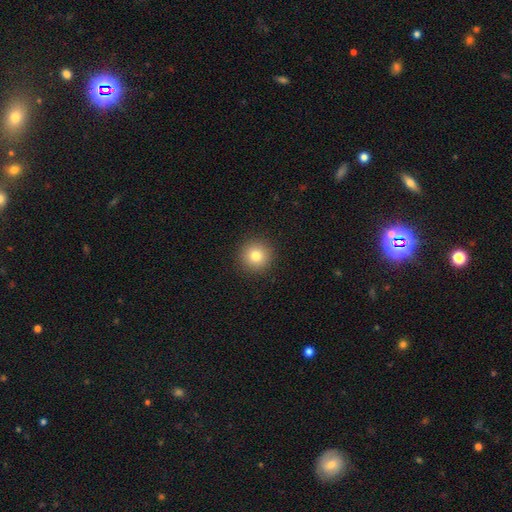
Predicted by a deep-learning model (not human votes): This appears to be a smooth galaxy with no disk features (80%) that is round (95%). Merging: none (92%).